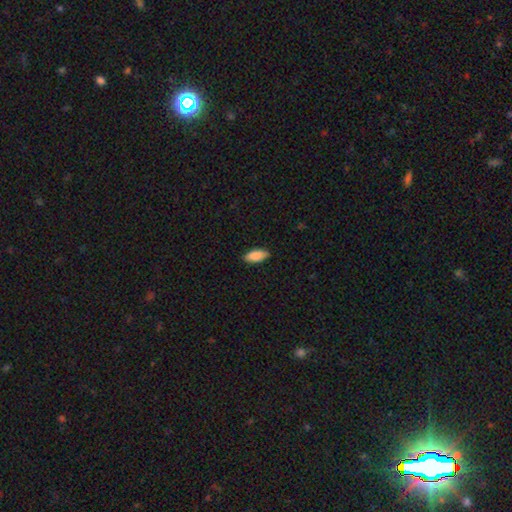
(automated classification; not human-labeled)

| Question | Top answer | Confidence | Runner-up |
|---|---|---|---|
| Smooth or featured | smooth | 88% | featured or disk (6%) |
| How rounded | in between | 86% | cigar-shaped (12%) |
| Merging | none | 88% | minor disturbance (10%) |